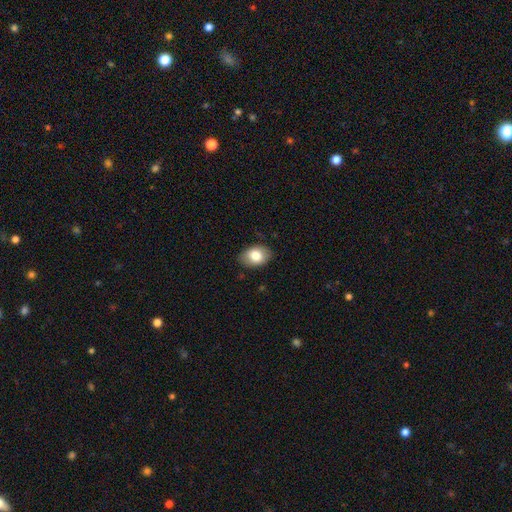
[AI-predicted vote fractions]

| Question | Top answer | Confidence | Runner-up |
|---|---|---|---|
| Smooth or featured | smooth | 81% | featured or disk (11%) |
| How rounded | in between | 83% | round (16%) |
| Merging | none | 84% | minor disturbance (13%) |